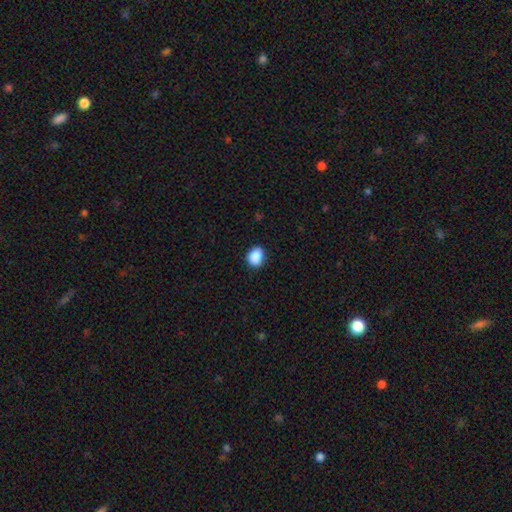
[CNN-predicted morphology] Smooth or featured?
  - smooth: 89% *
  - star or artifact: 8%
  - featured or disk: 3%
How rounded?
  - in between: 63% *
  - round: 36%
  - cigar-shaped: 1%
Merging?
  - none: 84% *
  - minor disturbance: 12%
  - major disturbance: 2%
  - merger: 1%